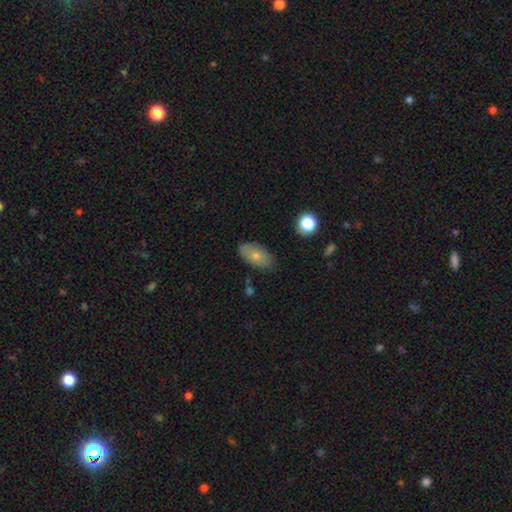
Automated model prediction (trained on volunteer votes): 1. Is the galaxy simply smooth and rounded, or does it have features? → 71% smooth, 21% featured or disk, 8% star or artifact.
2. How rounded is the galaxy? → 92% in between, 6% round, 2% cigar-shaped.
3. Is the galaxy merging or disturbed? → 80% none, 15% minor disturbance, 3% major disturbance, 2% merger.